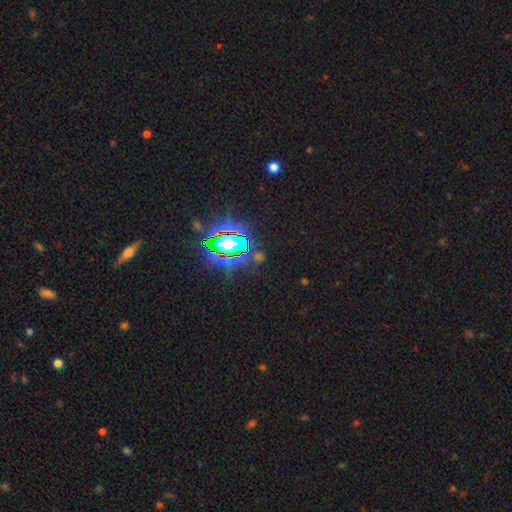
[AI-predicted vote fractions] Smooth or featured?
  - star or artifact: 78% *
  - smooth: 14%
  - featured or disk: 8%